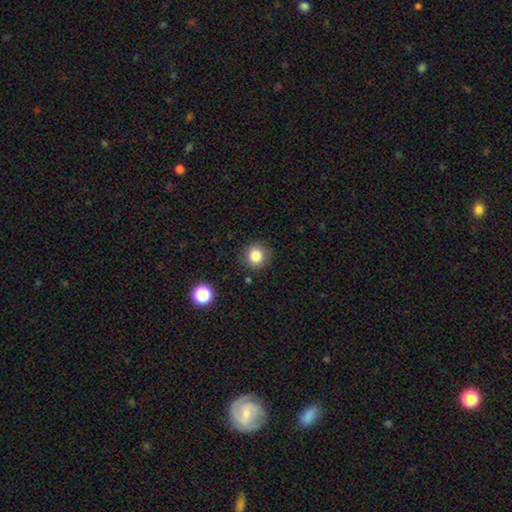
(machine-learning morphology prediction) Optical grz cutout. It shows a smooth galaxy with no disk features (83%) that is round (92%). Merging: none (89%).